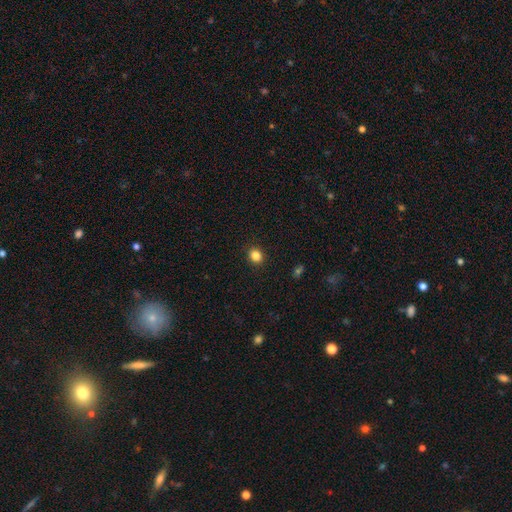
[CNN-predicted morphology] smooth_or_featured: smooth (p=0.85) [alt: star or artifact p=0.11]
how_rounded: round (p=0.71) [alt: in between p=0.28]
merging: none (p=0.91) [alt: minor disturbance p=0.06]